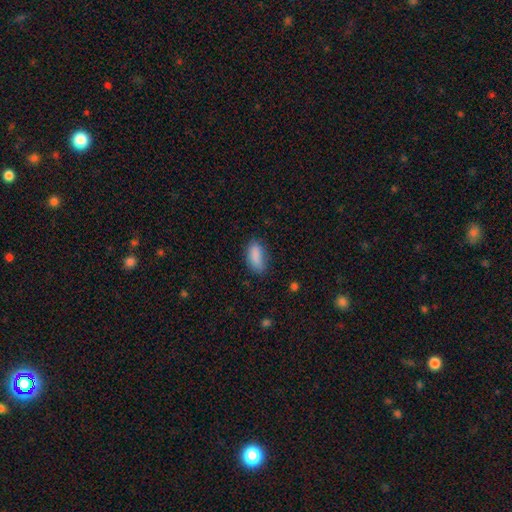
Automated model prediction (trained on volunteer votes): smooth_or_featured: smooth (p=0.87) [alt: star or artifact p=0.08]
how_rounded: in between (p=0.87) [alt: cigar-shaped p=0.10]
merging: none (p=0.71) [alt: minor disturbance p=0.22]